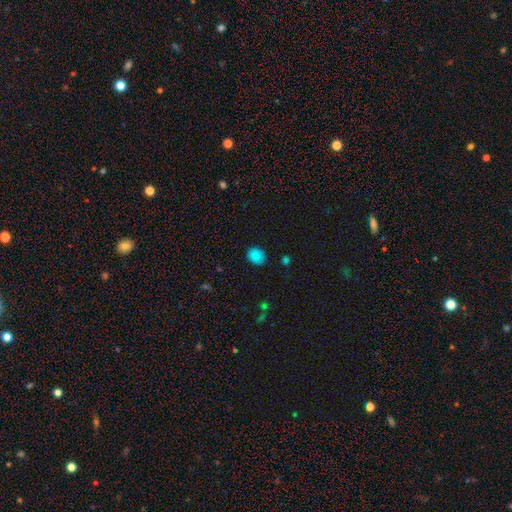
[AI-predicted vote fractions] Smooth or featured? Predicted: smooth (p=0.86). How rounded? Predicted: round (p=0.58). Merging? Predicted: none (p=0.83).